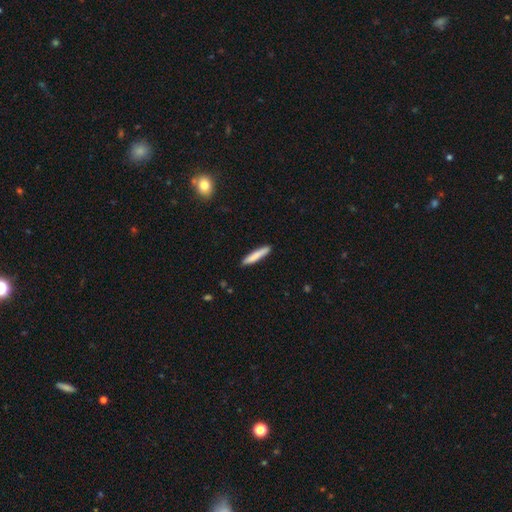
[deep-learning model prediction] Overall: smooth (81%). How rounded: cigar-shaped (92%). Merging: none (90%).